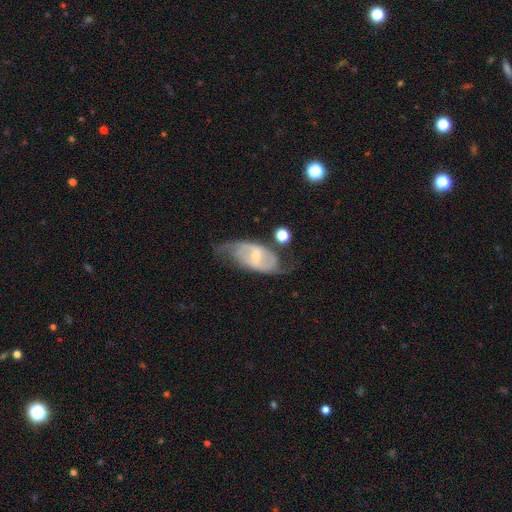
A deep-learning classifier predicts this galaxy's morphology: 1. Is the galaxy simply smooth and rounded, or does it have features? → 77% featured or disk, 16% smooth, 7% star or artifact.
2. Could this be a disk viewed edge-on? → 94% no, 6% yes.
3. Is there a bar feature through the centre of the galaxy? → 52% weak, 24% no, 23% strong.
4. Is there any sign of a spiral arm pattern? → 90% yes, 10% no.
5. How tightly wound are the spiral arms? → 45% medium, 33% loose, 21% tight.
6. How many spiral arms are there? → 82% 2, 11% can't tell, 2% 1, 2% 3, 1% 4, 1% more than 4.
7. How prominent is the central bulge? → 60% small, 26% moderate, 10% none, 2% large, 1% dominant.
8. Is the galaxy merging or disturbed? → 58% none, 24% minor disturbance, 13% major disturbance, 5% merger.